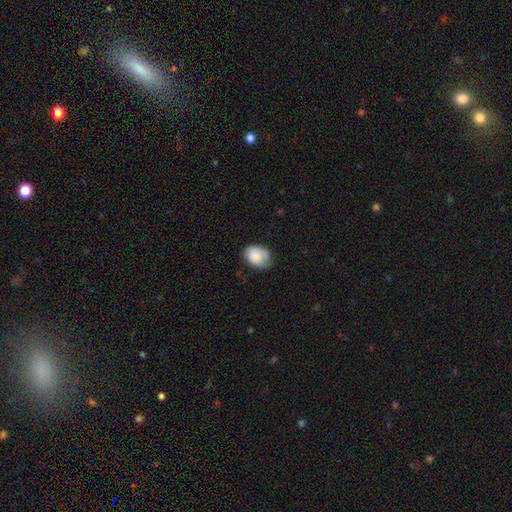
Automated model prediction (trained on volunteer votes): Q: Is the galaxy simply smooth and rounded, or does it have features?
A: smooth — 83%.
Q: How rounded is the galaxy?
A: in between — 62%.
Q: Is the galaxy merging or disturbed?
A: none — 65%.